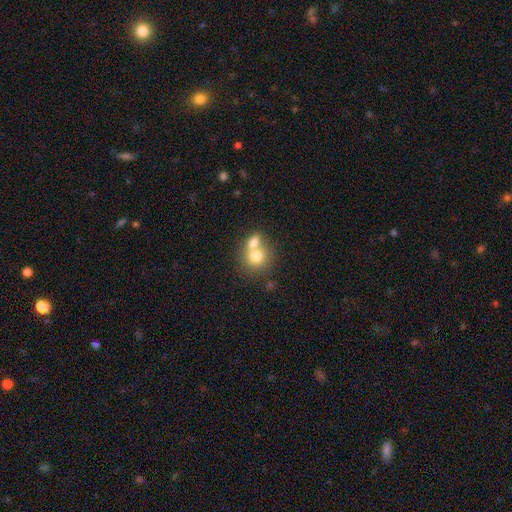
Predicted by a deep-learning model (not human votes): Q: Smooth or featured?
A: smooth (73%); runner-up: featured or disk (17%)
Q: How rounded?
A: round (77%); runner-up: in between (22%)
Q: Merging?
A: merger (61%); runner-up: none (30%)